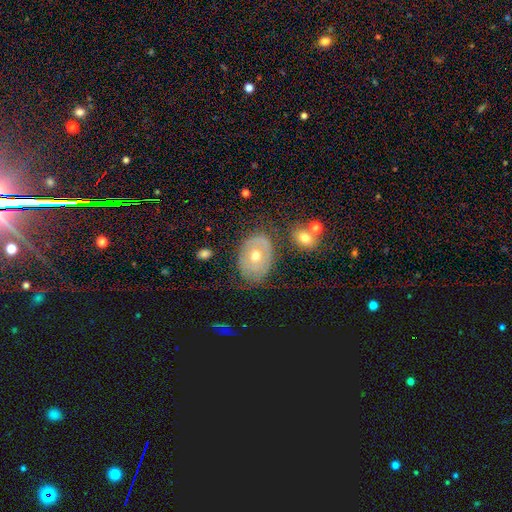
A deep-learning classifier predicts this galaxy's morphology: type=featured or disk (58%); edge-on=no (94%); bar=no (82%); spiral arms=no (55%); bulge=moderate (71%); merging=none (61%).